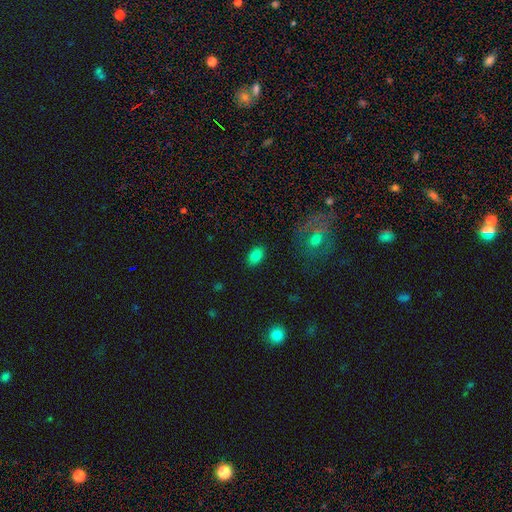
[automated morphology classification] smooth-or-featured: smooth: 83% | star or artifact: 10% | featured or disk: 7%
  how-rounded: in between: 84% | round: 14% | cigar-shaped: 1%
  merging: none: 87% | minor disturbance: 9% | major disturbance: 2% | merger: 1%